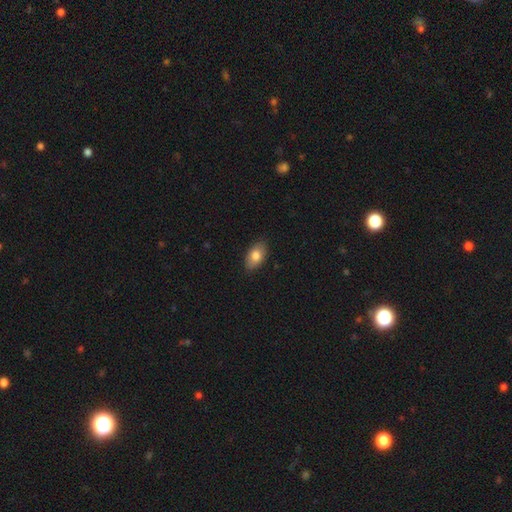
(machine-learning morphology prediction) This appears to be a smooth galaxy with no disk features (79%) that is in between round and cigar-shaped (92%). Merging: none (87%).